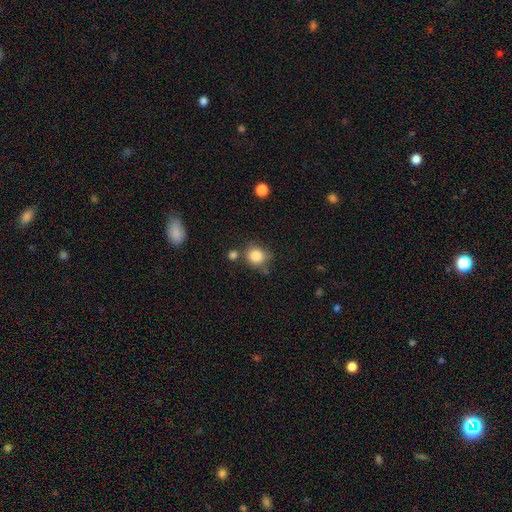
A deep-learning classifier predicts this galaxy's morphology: smooth_or_featured: smooth (p=0.83) [alt: star or artifact p=0.10]
how_rounded: round (p=0.73) [alt: in between p=0.26]
merging: none (p=0.66) [alt: minor disturbance p=0.18]